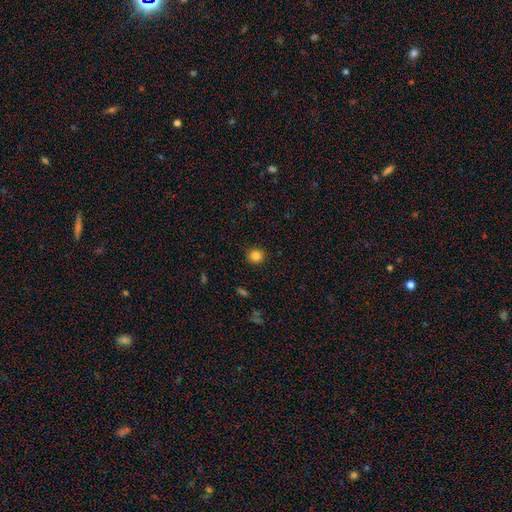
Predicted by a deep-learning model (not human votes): This appears to be a smooth galaxy with no disk features (84%) that is round (91%). Merging: none (91%).